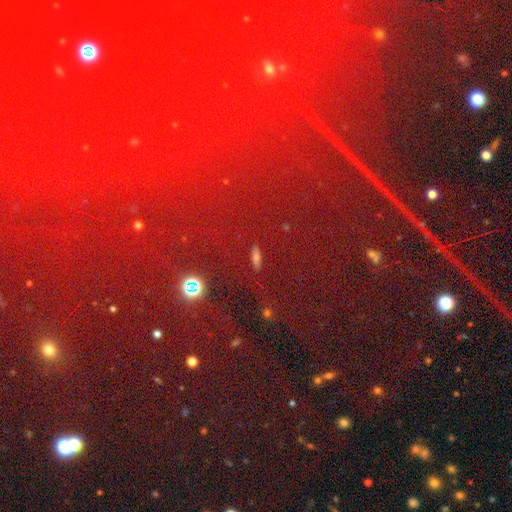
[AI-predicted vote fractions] This appears to be a star or artifact, not a galaxy (76%).